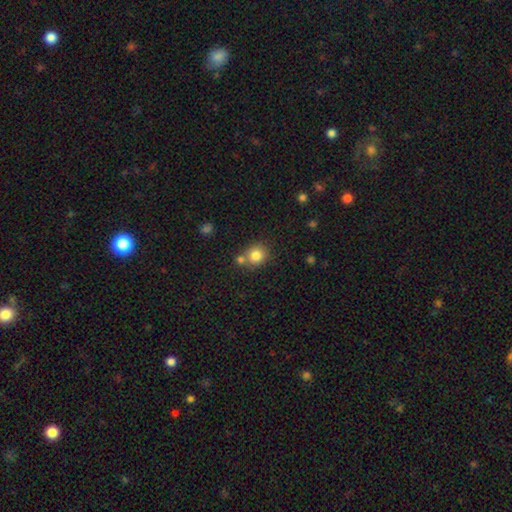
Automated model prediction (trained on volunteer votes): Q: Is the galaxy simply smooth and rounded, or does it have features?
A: smooth — 81%.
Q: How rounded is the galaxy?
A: round — 82%.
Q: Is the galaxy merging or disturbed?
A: none — 62%.